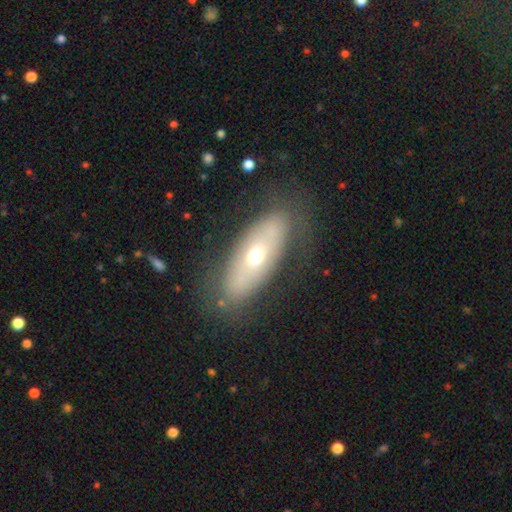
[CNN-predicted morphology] smooth_or_featured: featured or disk (p=0.48) [alt: smooth p=0.45]
merging: none (p=0.76) [alt: minor disturbance p=0.16]